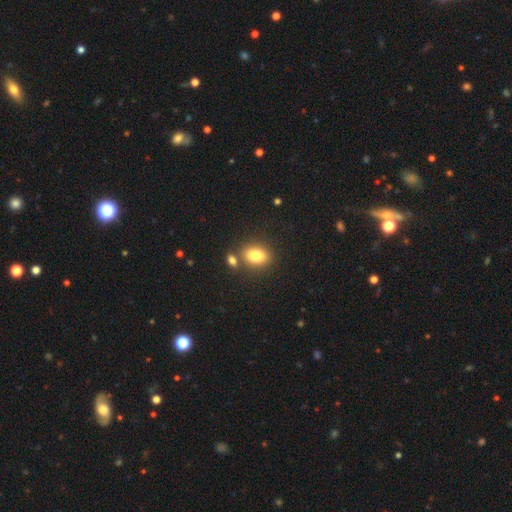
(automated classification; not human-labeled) Q: Smooth or featured?
A: smooth (82%); runner-up: featured or disk (9%)
Q: How rounded?
A: in between (76%); runner-up: round (22%)
Q: Merging?
A: none (69%); runner-up: merger (18%)